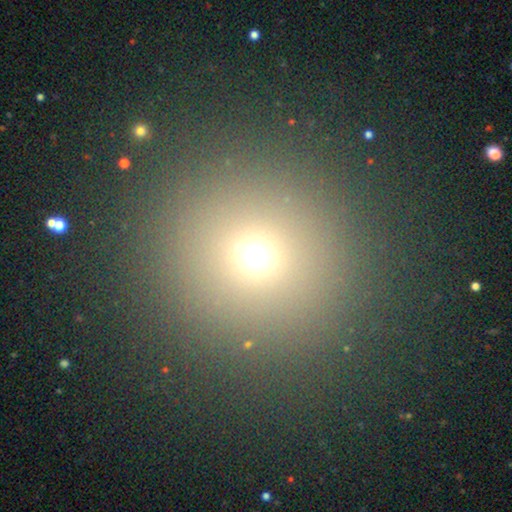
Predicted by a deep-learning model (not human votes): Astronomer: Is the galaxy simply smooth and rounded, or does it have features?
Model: smooth — 66%.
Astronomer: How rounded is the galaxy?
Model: round — 93%.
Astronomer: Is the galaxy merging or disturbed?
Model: none — 89%.